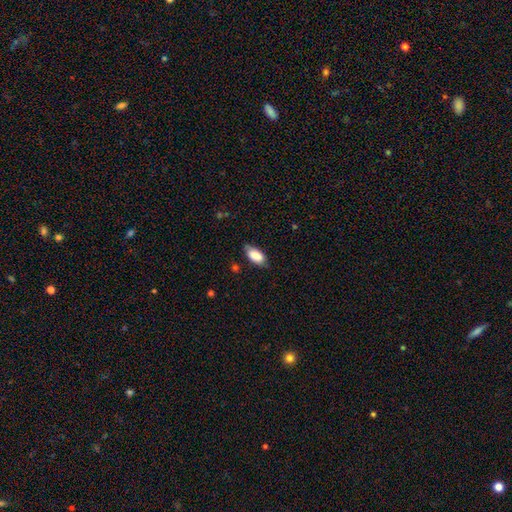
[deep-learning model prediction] Smooth or featured: smooth — 85% (featured or disk — 9%)
How rounded: in between — 91% (cigar-shaped — 6%)
Merging: none — 73% (minor disturbance — 21%)